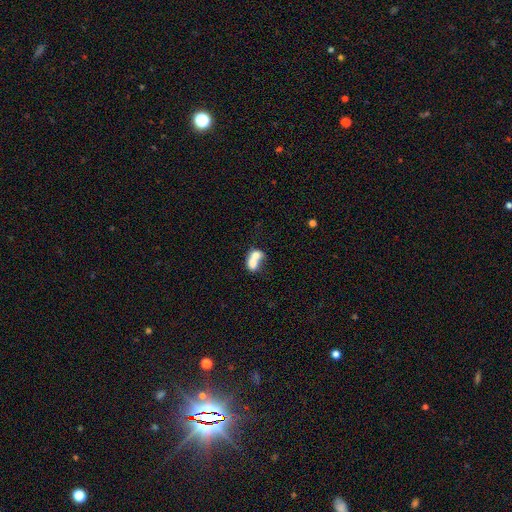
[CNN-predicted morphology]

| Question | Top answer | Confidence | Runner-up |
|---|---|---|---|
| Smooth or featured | smooth | 66% | featured or disk (25%) |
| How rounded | in between | 64% | round (34%) |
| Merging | merger | 75% | none (14%) |